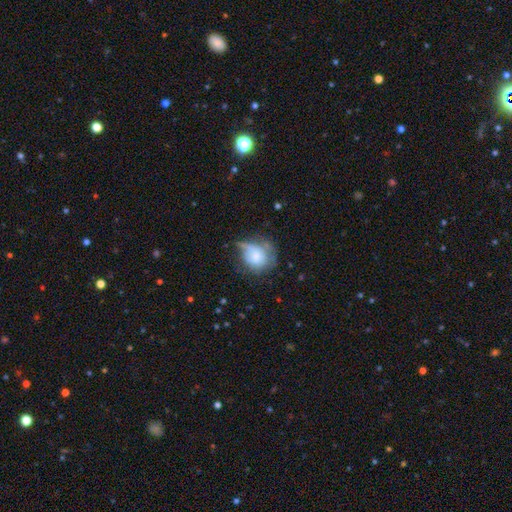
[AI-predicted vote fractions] smooth-or-featured: smooth: 61% | featured or disk: 31% | star or artifact: 9%
  how-rounded: round: 72% | in between: 27% | cigar-shaped: 1%
  merging: none: 36% | minor disturbance: 35% | major disturbance: 24% | merger: 5%